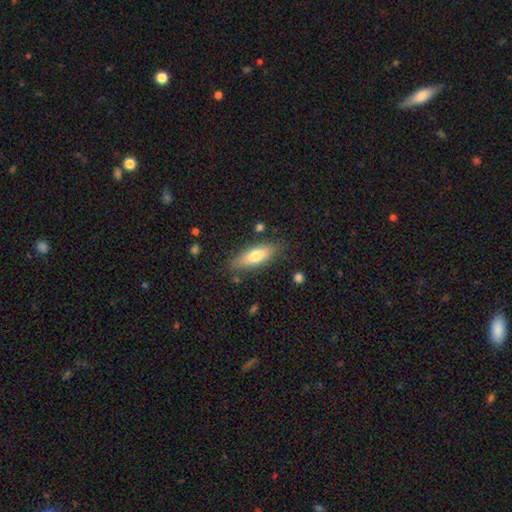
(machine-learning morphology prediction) This is likely a smooth galaxy (68%). How rounded: possibly in between (56%). Merging: likely none (79%).